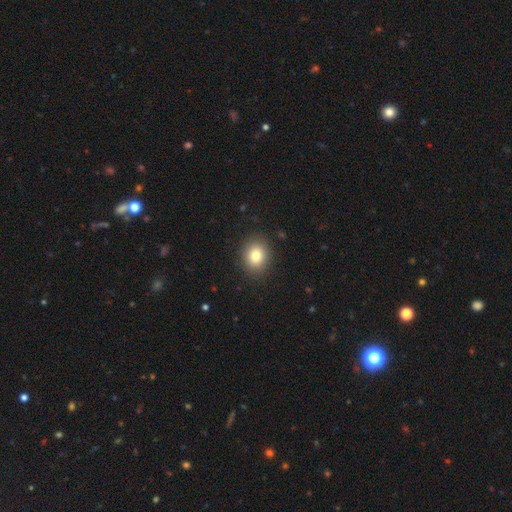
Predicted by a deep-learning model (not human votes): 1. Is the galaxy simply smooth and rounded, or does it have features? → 82% smooth, 10% star or artifact, 8% featured or disk.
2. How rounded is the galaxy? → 54% round, 45% in between, 1% cigar-shaped.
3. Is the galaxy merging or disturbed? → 88% none, 8% minor disturbance, 3% major disturbance, 1% merger.